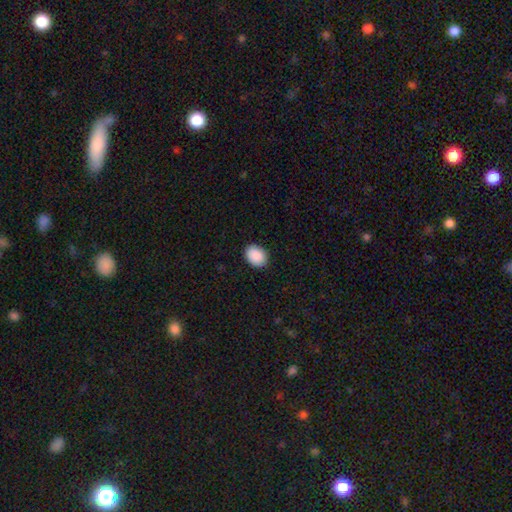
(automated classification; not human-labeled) smooth_or_featured: smooth (p=0.90) [alt: star or artifact p=0.07]
how_rounded: in between (p=0.65) [alt: round p=0.34]
merging: none (p=0.89) [alt: minor disturbance p=0.08]